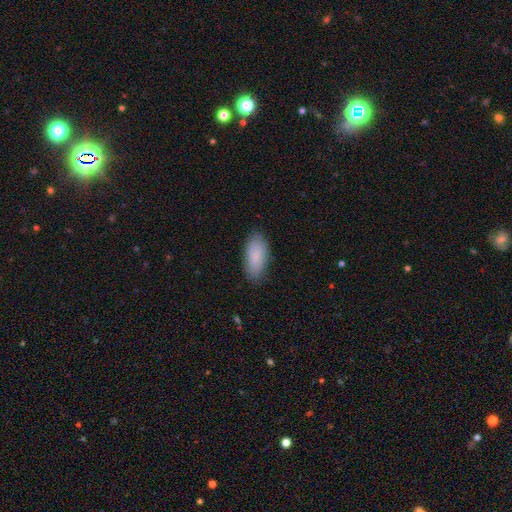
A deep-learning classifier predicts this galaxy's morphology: Q: Smooth or featured?
A: smooth (87%); runner-up: featured or disk (7%)
Q: How rounded?
A: in between (89%); runner-up: cigar-shaped (9%)
Q: Merging?
A: none (84%); runner-up: minor disturbance (13%)